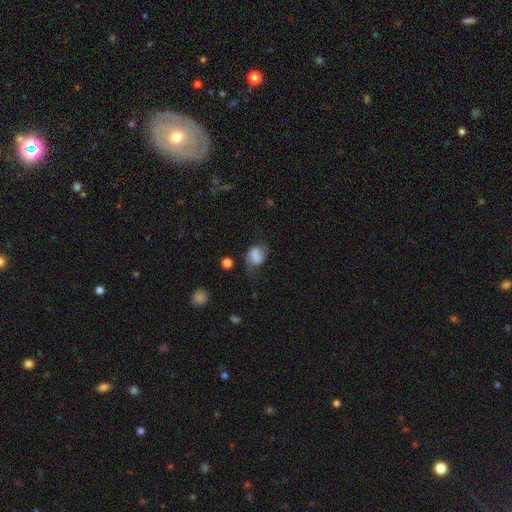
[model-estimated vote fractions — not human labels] smooth-or-featured: smooth: 64% | featured or disk: 25% | star or artifact: 10%
  how-rounded: in between: 60% | round: 38% | cigar-shaped: 1%
  merging: none: 49% | minor disturbance: 30% | major disturbance: 17% | merger: 4%